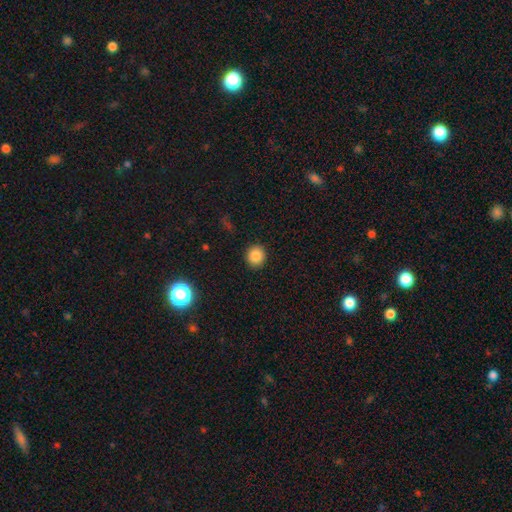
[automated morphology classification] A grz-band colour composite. It shows a smooth galaxy with no disk features (84%) that is round (88%). Merging: none (92%).